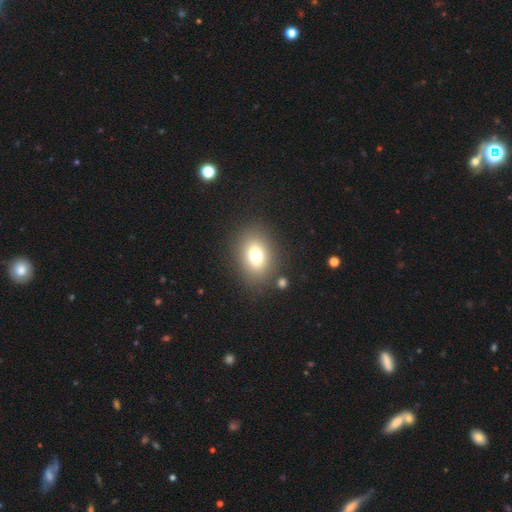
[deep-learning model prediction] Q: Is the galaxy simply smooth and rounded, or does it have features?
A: smooth — 75%.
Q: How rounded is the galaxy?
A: in between — 70%.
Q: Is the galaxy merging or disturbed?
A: none — 84%.